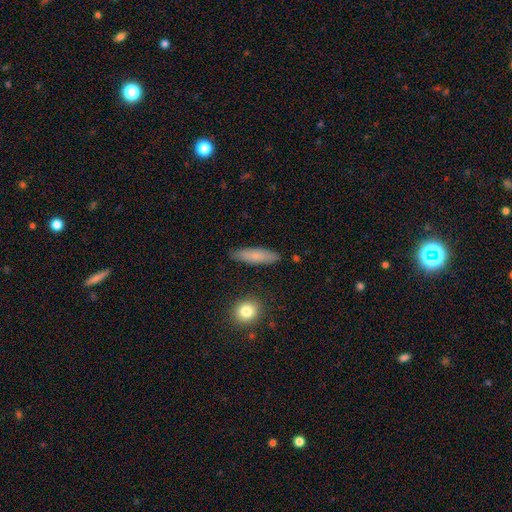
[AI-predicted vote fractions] Q: Smooth or featured?
A: smooth (77%); runner-up: featured or disk (16%)
Q: How rounded?
A: cigar-shaped (66%); runner-up: in between (32%)
Q: Merging?
A: none (86%); runner-up: minor disturbance (10%)